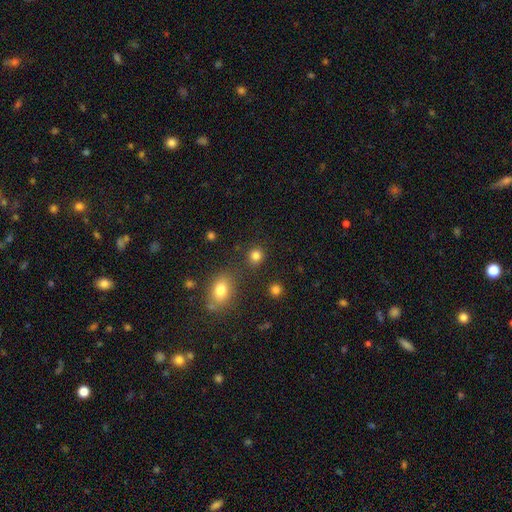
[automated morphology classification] smooth 82%, star or artifact 13%, featured or disk 4%. Down the decision tree: how rounded — round (85%); merging — none (84%).